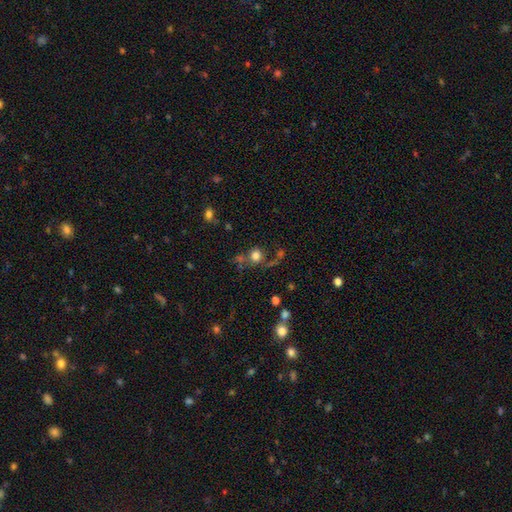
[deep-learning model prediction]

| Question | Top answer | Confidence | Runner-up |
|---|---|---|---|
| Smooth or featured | smooth | 74% | star or artifact (16%) |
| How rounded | round | 86% | in between (13%) |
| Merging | none | 59% | merger (17%) |